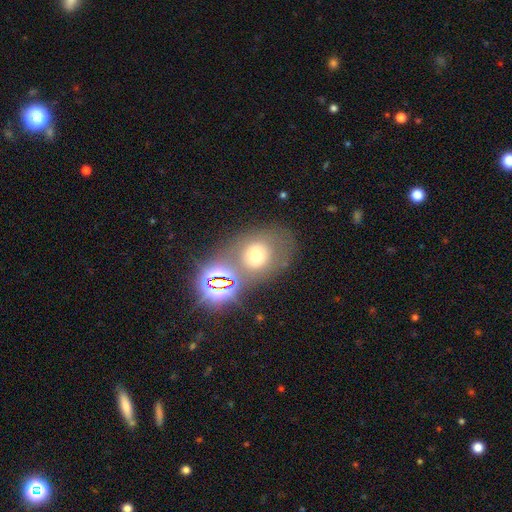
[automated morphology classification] type=smooth (58%); roundness=round (61%); merging=none (55%).